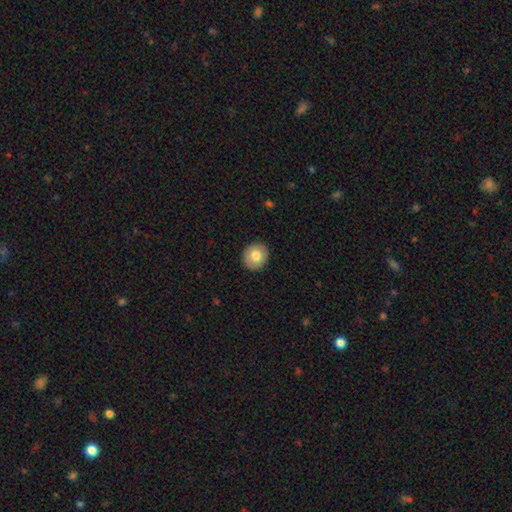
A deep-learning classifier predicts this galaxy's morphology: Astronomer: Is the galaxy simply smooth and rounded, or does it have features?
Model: smooth — 76%.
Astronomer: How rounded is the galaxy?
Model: round — 81%.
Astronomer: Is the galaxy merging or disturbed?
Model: none — 91%.